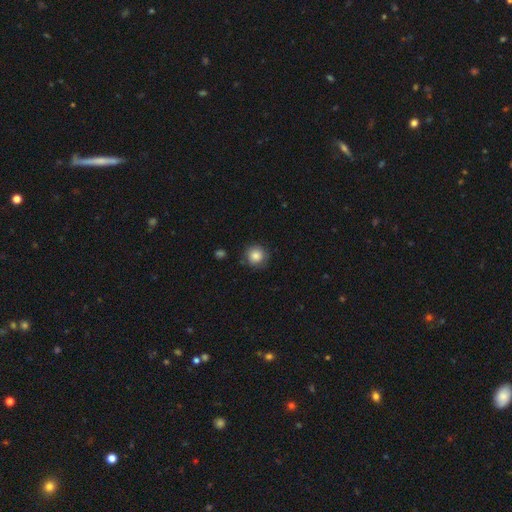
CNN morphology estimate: Overall: smooth (84%). How rounded: round (93%). Merging: none (82%).